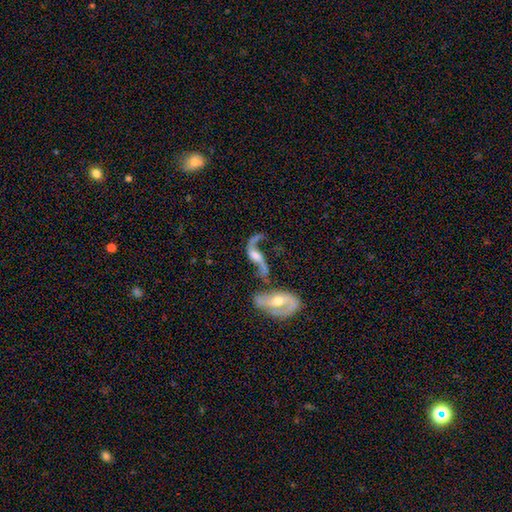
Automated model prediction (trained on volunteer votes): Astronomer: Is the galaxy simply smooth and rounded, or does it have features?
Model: featured or disk — 80%.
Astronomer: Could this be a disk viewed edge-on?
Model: no — 90%.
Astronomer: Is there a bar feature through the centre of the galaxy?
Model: no — 45% (runner-up: weak, 39%).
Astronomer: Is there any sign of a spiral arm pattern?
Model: yes — 88%.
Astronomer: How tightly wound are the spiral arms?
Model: loose — 87%.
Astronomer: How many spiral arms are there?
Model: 2 — 84%.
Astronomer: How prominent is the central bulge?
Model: moderate — 50% (runner-up: small, 25%).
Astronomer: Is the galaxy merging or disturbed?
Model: merger — 44% (runner-up: none, 26%).